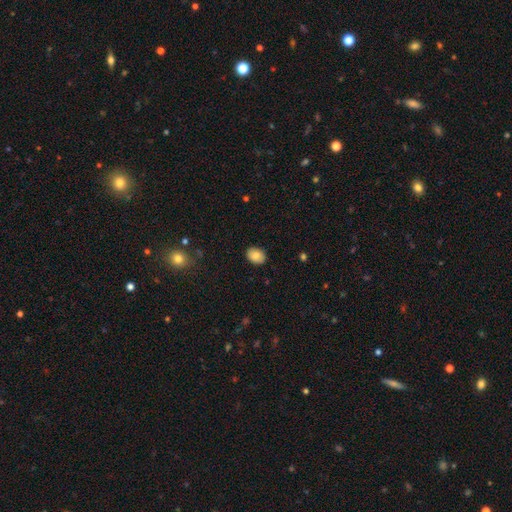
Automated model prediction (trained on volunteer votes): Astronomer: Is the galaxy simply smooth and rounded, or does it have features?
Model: smooth — 84%.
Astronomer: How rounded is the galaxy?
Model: in between — 69%.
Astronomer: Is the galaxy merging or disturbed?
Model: none — 88%.